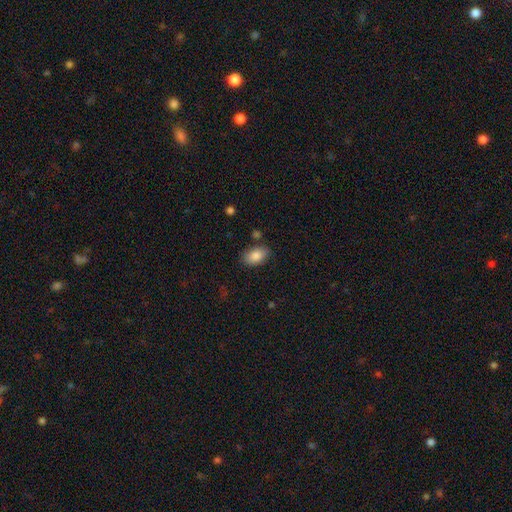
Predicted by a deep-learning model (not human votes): smooth_or_featured: smooth (p=0.86) [alt: star or artifact p=0.07]
how_rounded: in between (p=0.92) [alt: round p=0.07]
merging: none (p=0.80) [alt: minor disturbance p=0.13]